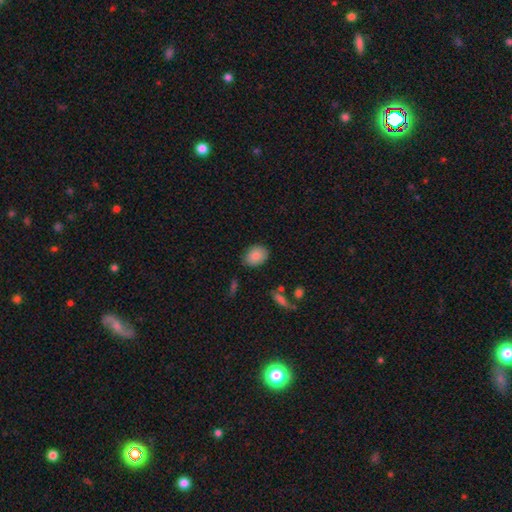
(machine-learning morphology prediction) smooth-or-featured: smooth: 87% | star or artifact: 8% | featured or disk: 5%
  how-rounded: in between: 66% | round: 33% | cigar-shaped: 1%
  merging: none: 81% | minor disturbance: 14% | major disturbance: 3% | merger: 2%